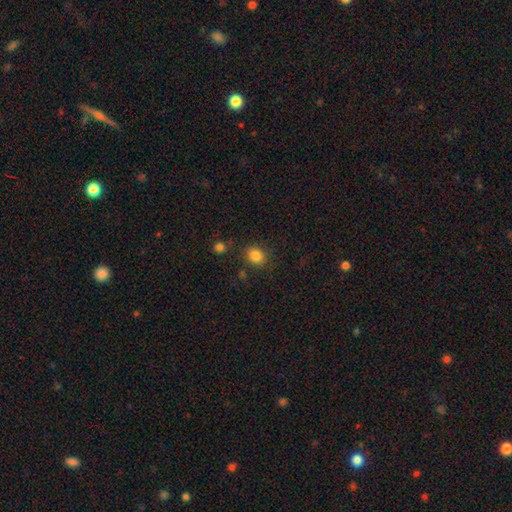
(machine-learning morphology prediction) Smooth or featured? smooth (84%)
How rounded? round (71%)
Merging? none (82%)